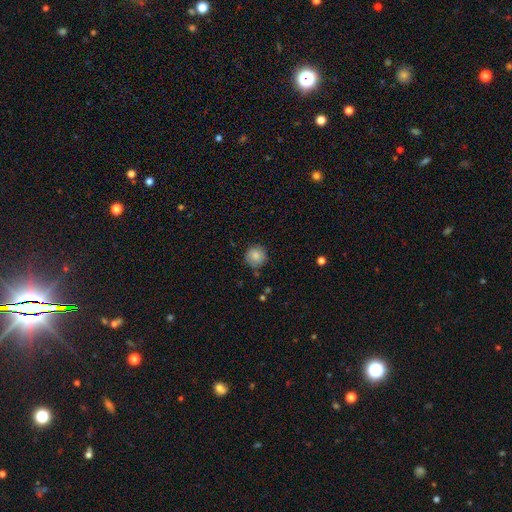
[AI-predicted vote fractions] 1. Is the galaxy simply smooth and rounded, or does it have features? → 84% smooth, 9% star or artifact, 7% featured or disk.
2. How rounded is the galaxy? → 94% round, 5% in between, 1% cigar-shaped.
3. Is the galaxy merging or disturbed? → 83% none, 13% minor disturbance, 3% major disturbance, 2% merger.